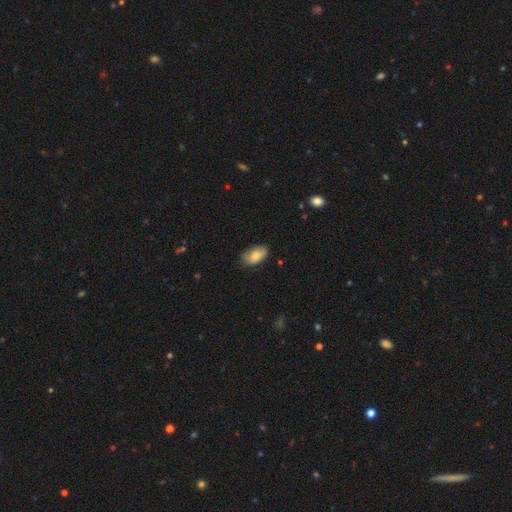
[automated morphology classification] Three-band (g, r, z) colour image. It shows a smooth galaxy with no disk features (76%) that is in between round and cigar-shaped (92%). Merging: none (67%).